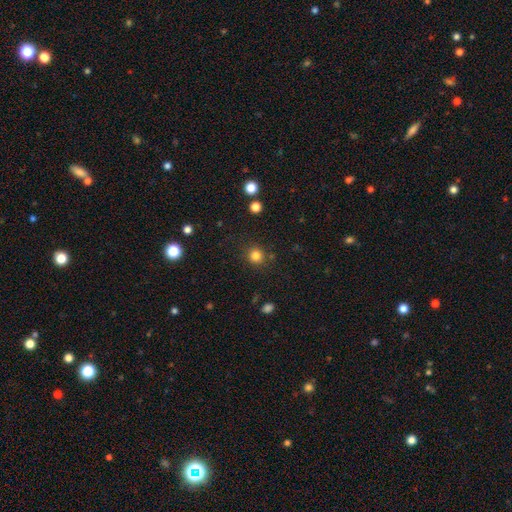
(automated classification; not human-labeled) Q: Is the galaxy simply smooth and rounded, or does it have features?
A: smooth — 82%.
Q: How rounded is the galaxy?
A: round — 90%.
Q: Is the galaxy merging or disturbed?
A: none — 85%.